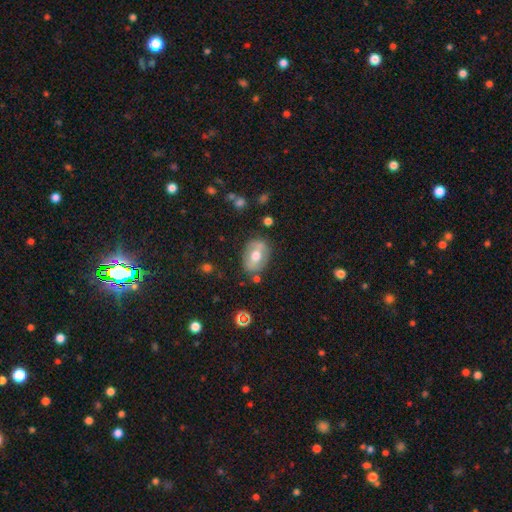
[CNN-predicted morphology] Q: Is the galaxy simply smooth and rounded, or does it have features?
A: featured or disk — 47%.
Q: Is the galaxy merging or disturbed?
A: none — 75%.